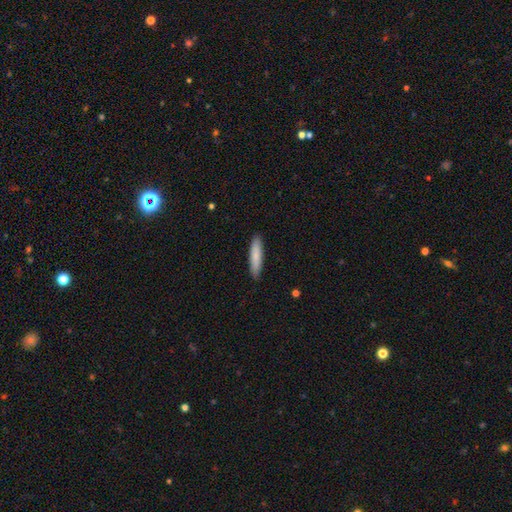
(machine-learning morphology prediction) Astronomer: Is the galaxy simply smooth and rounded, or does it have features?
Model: smooth — 82%.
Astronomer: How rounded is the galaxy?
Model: cigar-shaped — 82%.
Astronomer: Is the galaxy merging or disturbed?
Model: none — 90%.